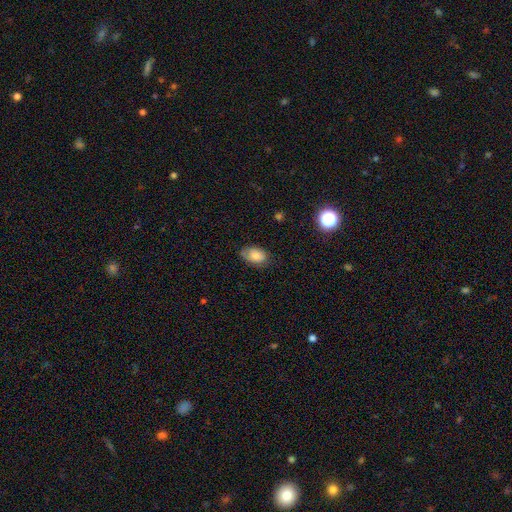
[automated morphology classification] This appears to be a smooth galaxy with no disk features (75%) that is in between round and cigar-shaped (90%). Merging: none (68%).